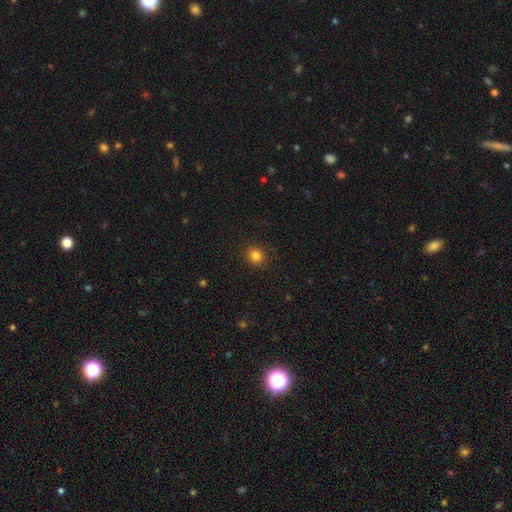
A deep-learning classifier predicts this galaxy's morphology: A smooth galaxy with no disk features (83%) that is round (84%). Merging: none (91%).